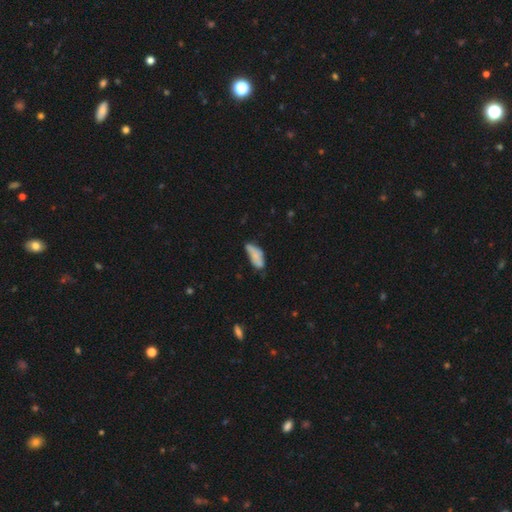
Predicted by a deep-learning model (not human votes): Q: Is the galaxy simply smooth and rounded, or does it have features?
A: smooth — 73%.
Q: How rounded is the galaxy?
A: in between — 78%.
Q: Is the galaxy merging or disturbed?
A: none — 38%, tied with minor disturbance.